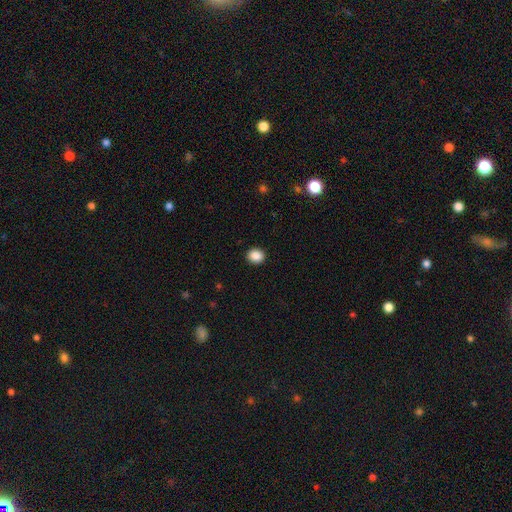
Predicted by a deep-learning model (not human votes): smooth-or-featured: smooth: 88% | star or artifact: 9% | featured or disk: 3%
  how-rounded: round: 76% | in between: 23% | cigar-shaped: 1%
  merging: none: 92% | minor disturbance: 5% | major disturbance: 2% | merger: 1%